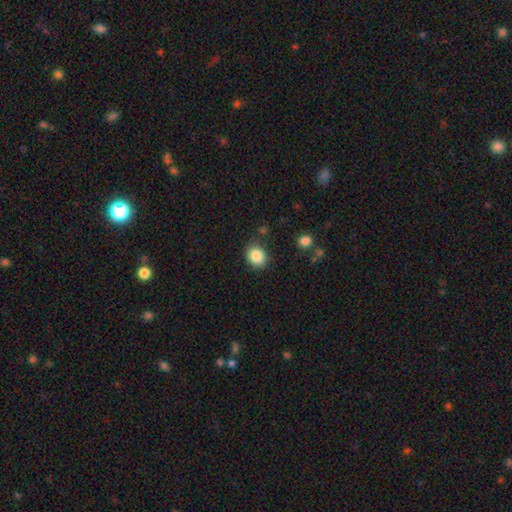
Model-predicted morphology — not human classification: This appears to be a smooth galaxy with no disk features (86%) that is round (61%). Merging: none (79%).